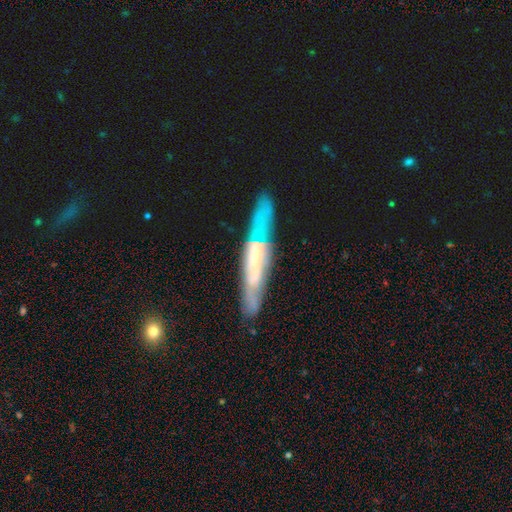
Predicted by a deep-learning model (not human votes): Smooth or featured? Predicted: featured or disk (p=0.67). Edge-on disk? Predicted: yes (p=0.67). Merging? Predicted: none (p=0.76).